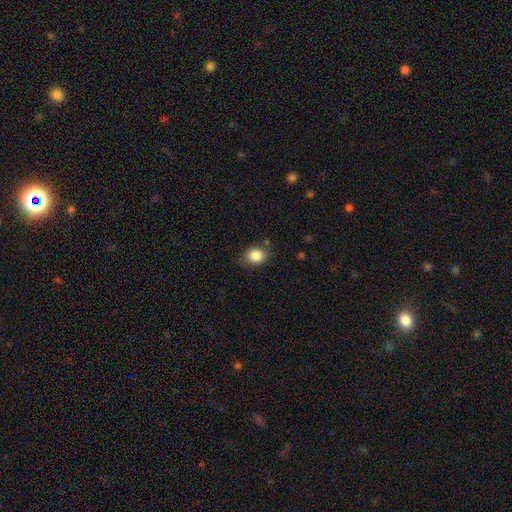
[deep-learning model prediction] smooth-or-featured: smooth: 85% | star or artifact: 9% | featured or disk: 6%
  how-rounded: round: 52% | in between: 47% | cigar-shaped: 1%
  merging: none: 77% | minor disturbance: 17% | major disturbance: 4% | merger: 3%